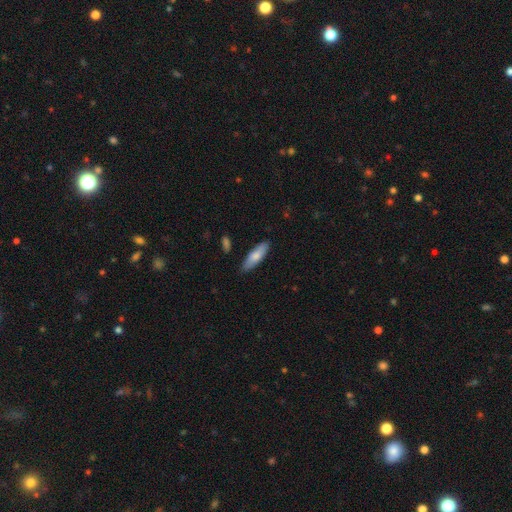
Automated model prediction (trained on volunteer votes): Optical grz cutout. It shows a smooth galaxy with no disk features (76%) that is cigar-shaped (50%). Merging: none (84%).